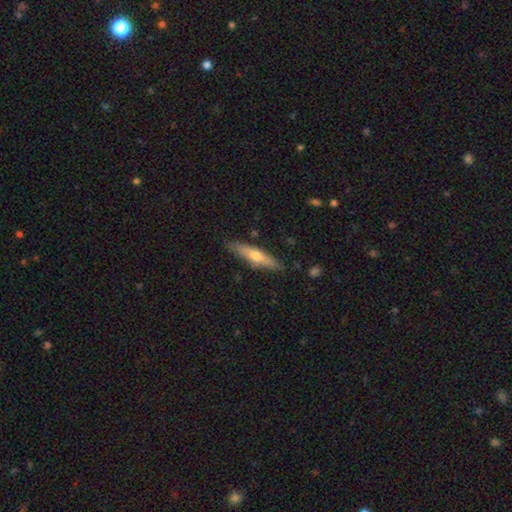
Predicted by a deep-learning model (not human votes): Morphology: type=smooth (51%); roundness=cigar-shaped (83%); merging=none (84%).